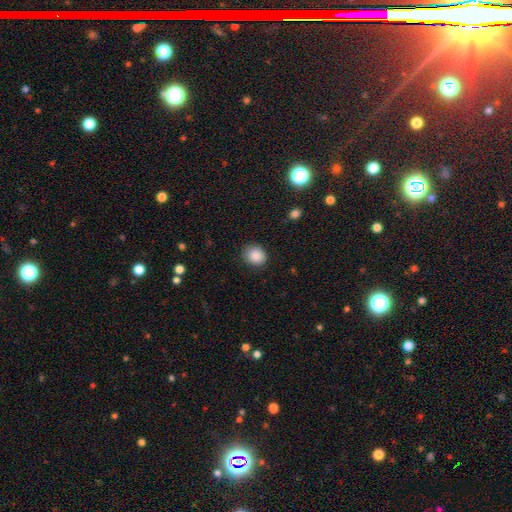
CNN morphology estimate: Q: Smooth or featured?
A: smooth (88%); runner-up: star or artifact (9%)
Q: How rounded?
A: round (76%); runner-up: in between (23%)
Q: Merging?
A: none (83%); runner-up: minor disturbance (13%)